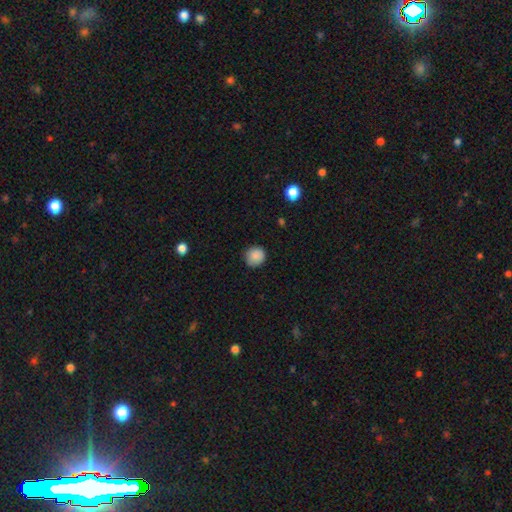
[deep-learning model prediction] Overall: smooth (87%). How rounded: round (90%). Merging: none (84%).